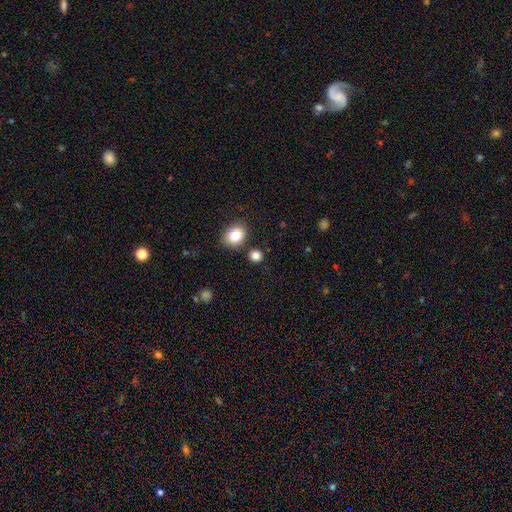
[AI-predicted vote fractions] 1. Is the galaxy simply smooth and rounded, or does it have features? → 83% smooth, 12% star or artifact, 5% featured or disk.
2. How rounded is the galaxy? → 76% round, 23% in between, 1% cigar-shaped.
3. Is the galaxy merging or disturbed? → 81% none, 9% minor disturbance, 7% merger, 3% major disturbance.